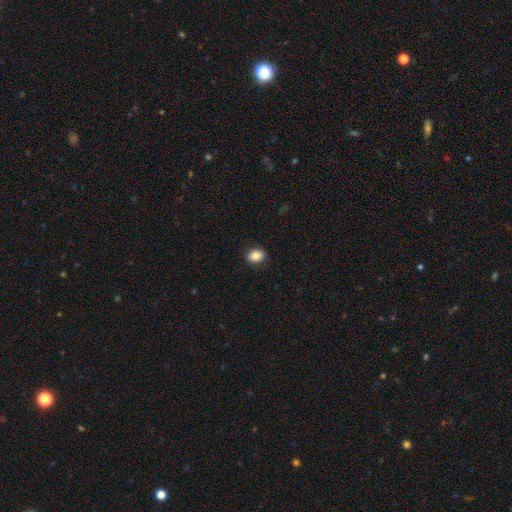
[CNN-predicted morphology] Q: Smooth or featured?
A: smooth (86%); runner-up: star or artifact (9%)
Q: How rounded?
A: in between (52%); runner-up: round (47%)
Q: Merging?
A: none (90%); runner-up: minor disturbance (7%)